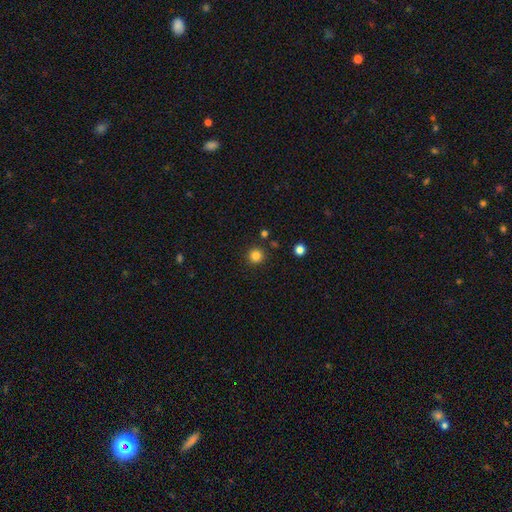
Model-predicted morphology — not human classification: type=smooth (83%); roundness=round (95%); merging=none (89%).